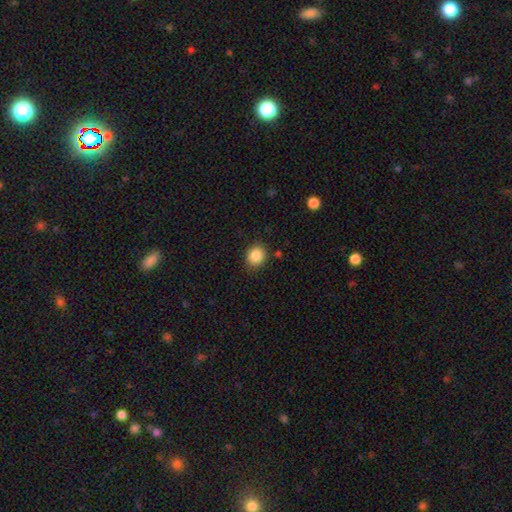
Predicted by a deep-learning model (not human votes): smooth-or-featured: smooth: 87% | star or artifact: 9% | featured or disk: 4%
  how-rounded: round: 72% | in between: 27% | cigar-shaped: 1%
  merging: none: 84% | minor disturbance: 11% | major disturbance: 3% | merger: 2%